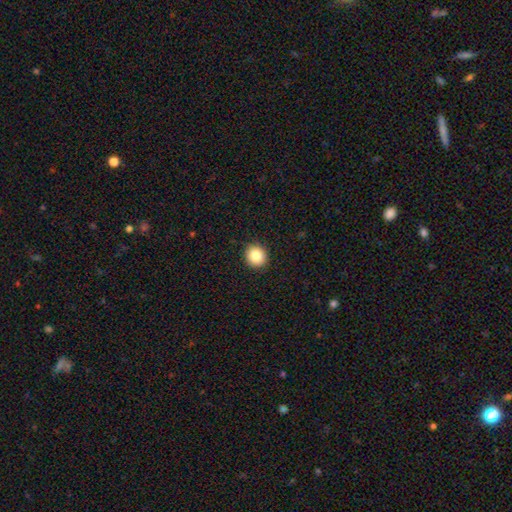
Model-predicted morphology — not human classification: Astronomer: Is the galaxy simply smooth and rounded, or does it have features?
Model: smooth — 86%.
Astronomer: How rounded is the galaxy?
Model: round — 87%.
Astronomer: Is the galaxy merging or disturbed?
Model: none — 92%.